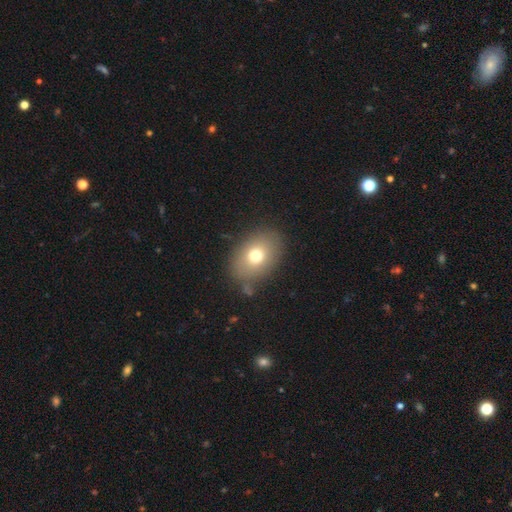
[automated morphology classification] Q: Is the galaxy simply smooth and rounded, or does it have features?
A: smooth — 72%.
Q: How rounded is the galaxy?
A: in between — 72%.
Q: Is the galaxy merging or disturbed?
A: none — 80%.